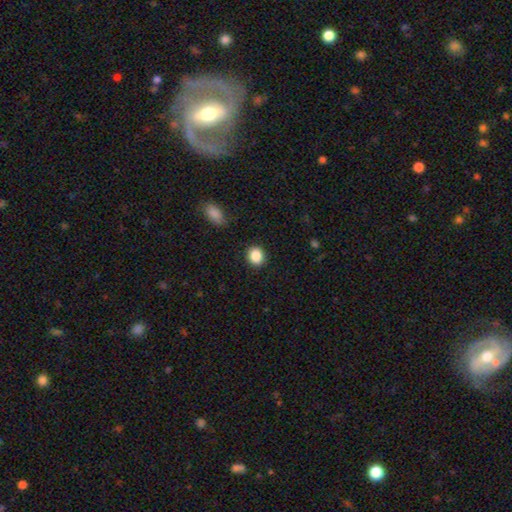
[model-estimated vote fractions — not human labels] Smooth or featured? smooth (88%)
How rounded? round (71%)
Merging? none (88%)